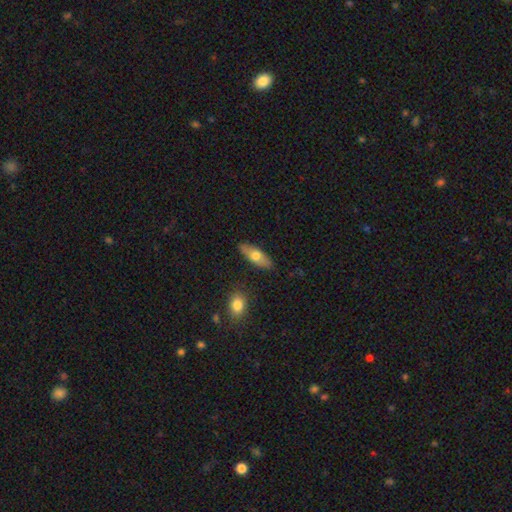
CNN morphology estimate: smooth_or_featured: smooth (p=0.60) [alt: featured or disk p=0.34]
how_rounded: in between (p=0.67) [alt: cigar-shaped p=0.30]
merging: none (p=0.86) [alt: minor disturbance p=0.10]